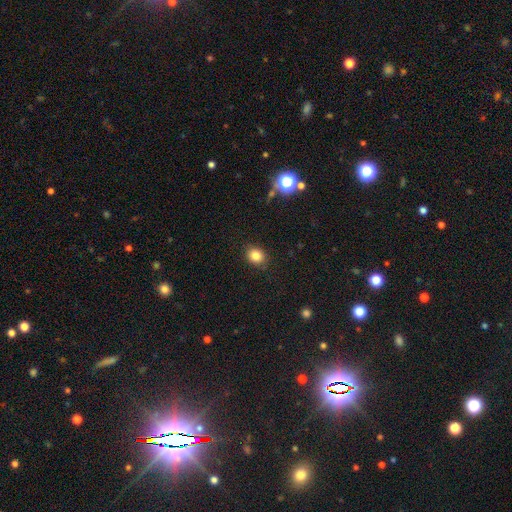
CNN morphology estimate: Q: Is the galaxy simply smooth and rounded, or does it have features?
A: smooth — 83%.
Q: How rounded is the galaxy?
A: round — 61%.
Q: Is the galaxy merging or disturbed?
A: none — 87%.